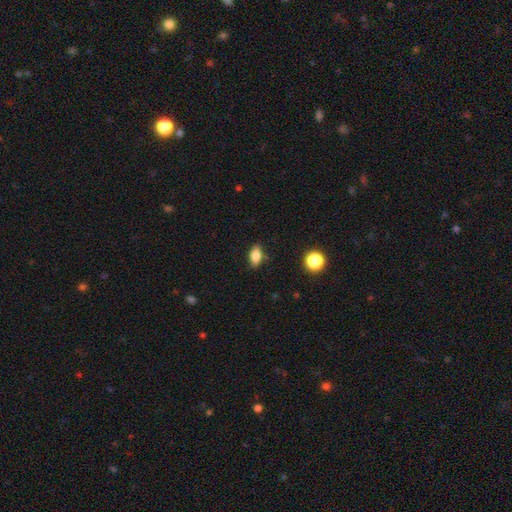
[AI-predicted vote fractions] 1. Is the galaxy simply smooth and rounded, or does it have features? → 81% smooth, 9% featured or disk, 9% star or artifact.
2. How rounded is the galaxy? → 86% in between, 7% round, 7% cigar-shaped.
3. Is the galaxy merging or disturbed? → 81% none, 14% minor disturbance, 3% major disturbance, 2% merger.